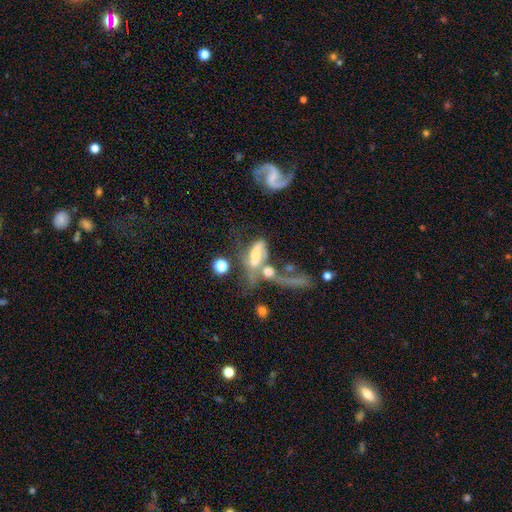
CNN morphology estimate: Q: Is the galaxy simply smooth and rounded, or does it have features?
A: featured or disk — 61%.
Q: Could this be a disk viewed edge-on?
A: no — 82%.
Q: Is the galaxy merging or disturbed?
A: merger — 49%.